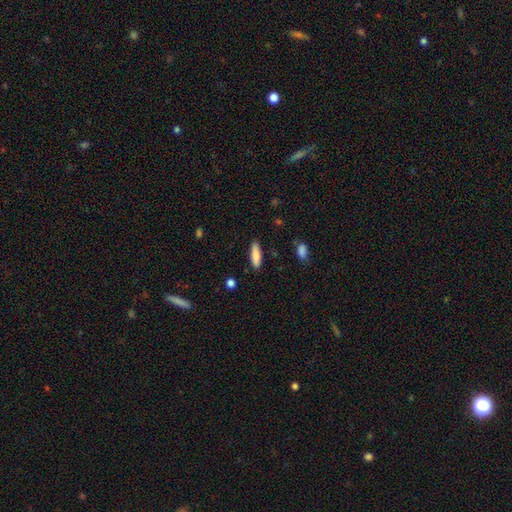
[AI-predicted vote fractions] Smooth or featured? Predicted: smooth (p=0.84). How rounded? Predicted: cigar-shaped (p=0.57). Merging? Predicted: none (p=0.85).